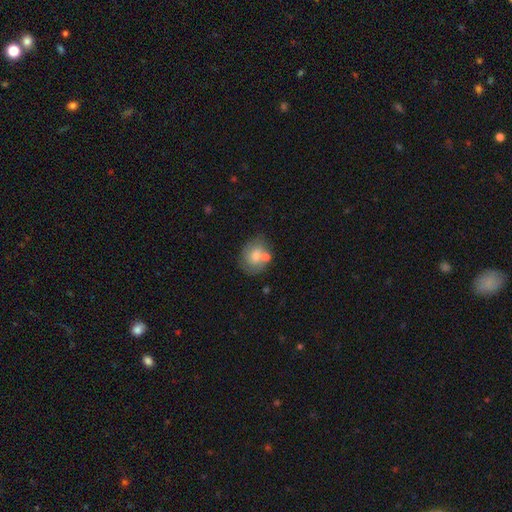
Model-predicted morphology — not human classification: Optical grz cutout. It shows a smooth galaxy with no disk features (63%) that is round (52%). Merging: none (46%).